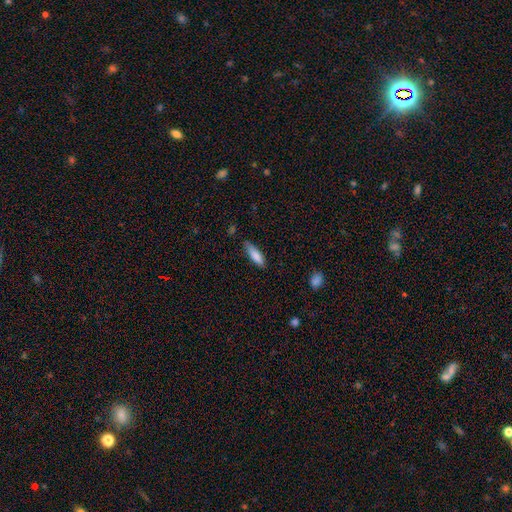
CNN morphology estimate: Smooth or featured: smooth — 83% (featured or disk — 11%)
How rounded: cigar-shaped — 56% (in between — 43%)
Merging: none — 72% (minor disturbance — 22%)